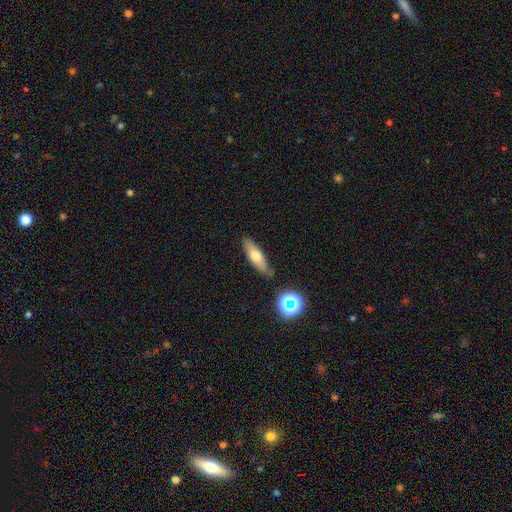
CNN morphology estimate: Smooth or featured?
  - smooth: 59% *
  - featured or disk: 31%
  - star or artifact: 9%
How rounded?
  - cigar-shaped: 55% *
  - in between: 41%
  - round: 3%
Merging?
  - none: 78% *
  - minor disturbance: 15%
  - merger: 4%
  - major disturbance: 3%